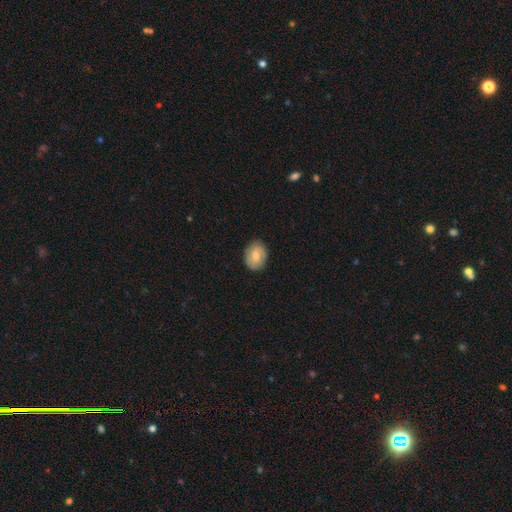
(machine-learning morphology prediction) smooth 70%, featured or disk 24%, star or artifact 7%. Down the decision tree: how rounded — in between (59%); merging — none (85%).